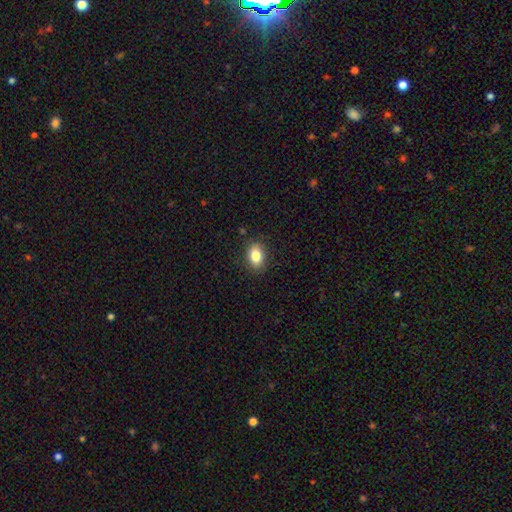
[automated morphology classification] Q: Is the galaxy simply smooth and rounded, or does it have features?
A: smooth — 83%.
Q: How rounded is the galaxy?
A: in between — 79%.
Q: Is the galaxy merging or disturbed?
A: none — 87%.